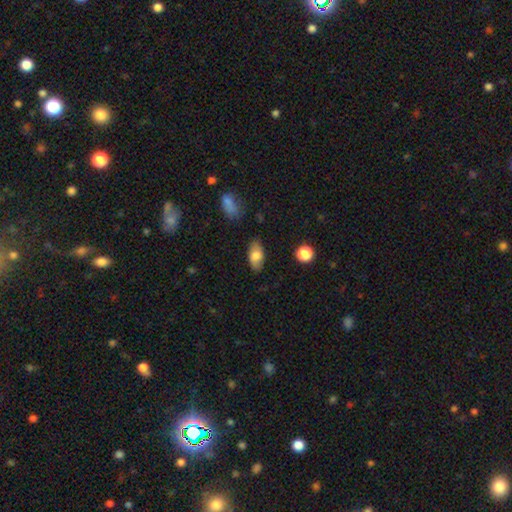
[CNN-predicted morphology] smooth_or_featured: smooth (p=0.75) [alt: featured or disk p=0.18]
how_rounded: in between (p=0.92) [alt: cigar-shaped p=0.04]
merging: none (p=0.83) [alt: minor disturbance p=0.12]